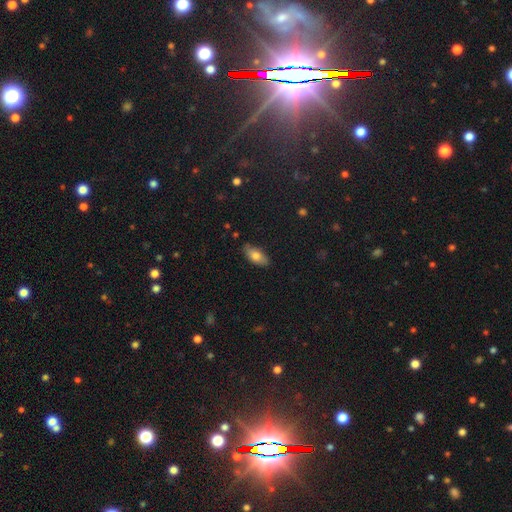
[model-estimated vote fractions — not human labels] Smooth or featured? Predicted: smooth (p=0.75). How rounded? Predicted: in between (p=0.86). Merging? Predicted: none (p=0.81).